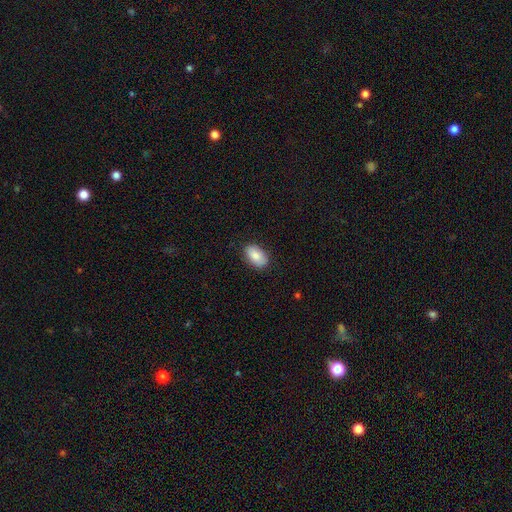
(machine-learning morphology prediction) Smooth or featured?
  - smooth: 84% *
  - featured or disk: 10%
  - star or artifact: 7%
How rounded?
  - in between: 92% *
  - round: 7%
  - cigar-shaped: 1%
Merging?
  - none: 85% *
  - minor disturbance: 12%
  - major disturbance: 2%
  - merger: 1%